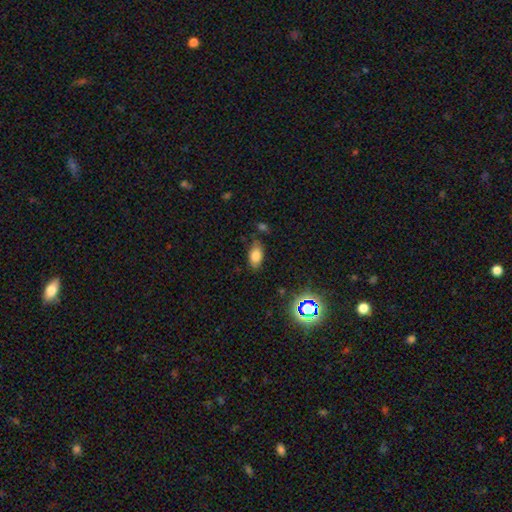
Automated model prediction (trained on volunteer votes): The model was most divided on "merging": none: 78%, minor disturbance: 16%, major disturbance: 4%, merger: 3%. More confident: how rounded — in between (90%); smooth or featured — smooth (78%).